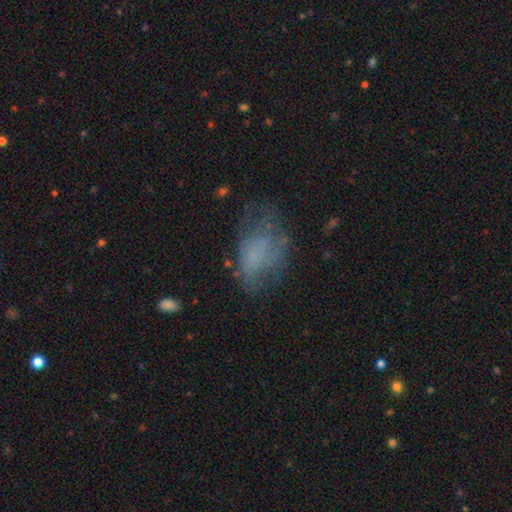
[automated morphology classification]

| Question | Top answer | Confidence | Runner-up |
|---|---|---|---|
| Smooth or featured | smooth | 52% | featured or disk (34%) |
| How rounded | in between | 84% | round (14%) |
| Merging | none | 44% | major disturbance (27%) |